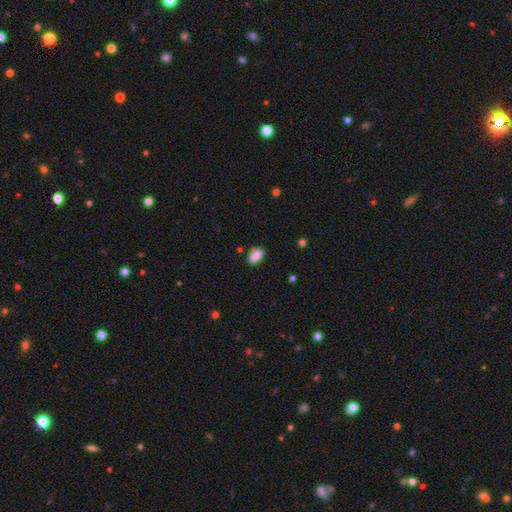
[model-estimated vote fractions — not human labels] Smooth or featured?
  - smooth: 88% *
  - star or artifact: 8%
  - featured or disk: 4%
How rounded?
  - in between: 90% *
  - round: 9%
  - cigar-shaped: 2%
Merging?
  - none: 82% *
  - minor disturbance: 13%
  - major disturbance: 3%
  - merger: 2%